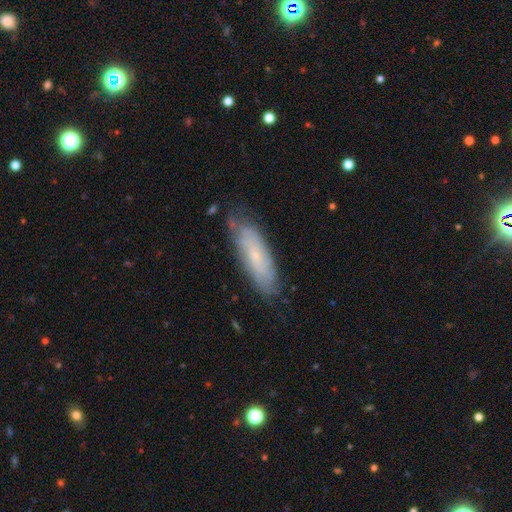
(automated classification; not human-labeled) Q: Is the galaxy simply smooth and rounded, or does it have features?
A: featured or disk — 51%.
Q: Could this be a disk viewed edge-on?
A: no — 74%.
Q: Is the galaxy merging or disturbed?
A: none — 71%.